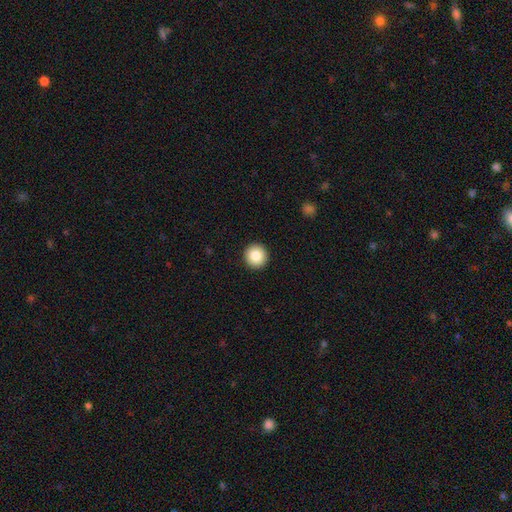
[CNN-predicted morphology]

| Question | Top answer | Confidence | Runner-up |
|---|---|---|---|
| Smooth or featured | smooth | 85% | star or artifact (9%) |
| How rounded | round | 95% | in between (4%) |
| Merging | none | 94% | minor disturbance (4%) |